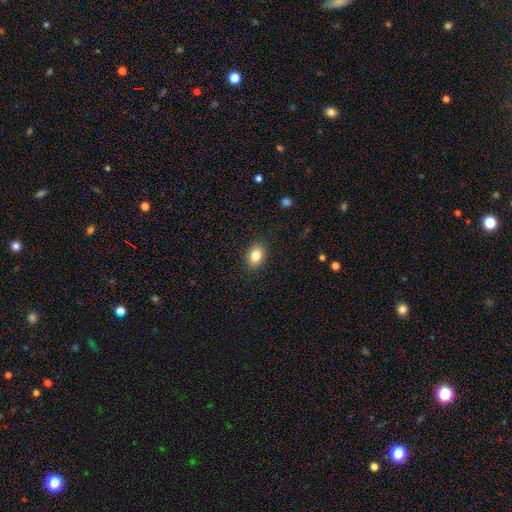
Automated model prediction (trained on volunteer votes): Smooth or featured?
  - smooth: 83% *
  - star or artifact: 9%
  - featured or disk: 8%
How rounded?
  - in between: 67% *
  - round: 32%
  - cigar-shaped: 1%
Merging?
  - none: 89% *
  - minor disturbance: 8%
  - major disturbance: 2%
  - merger: 1%